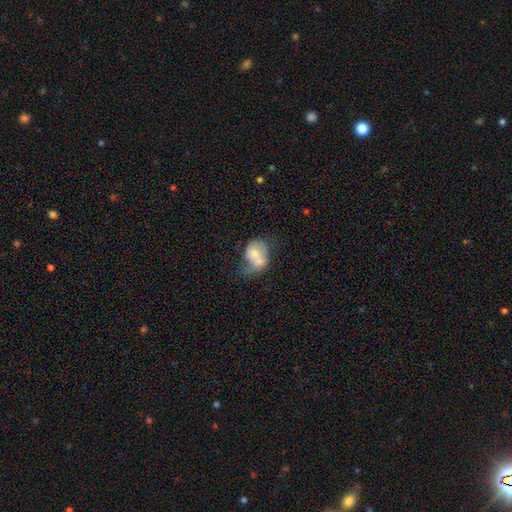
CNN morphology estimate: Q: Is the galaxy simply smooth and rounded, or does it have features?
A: smooth — 60%.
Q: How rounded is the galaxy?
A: in between — 62%.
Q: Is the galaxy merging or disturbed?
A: merger — 53%.